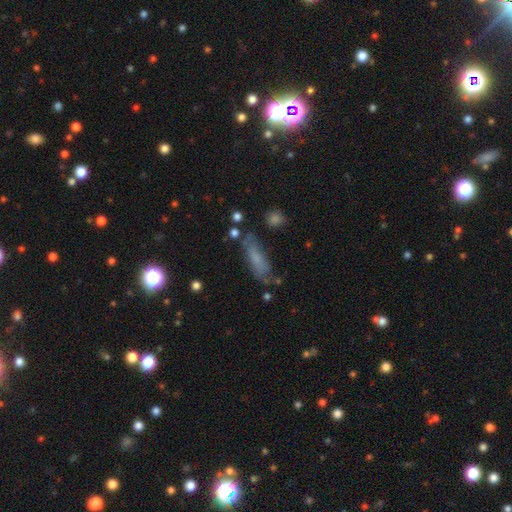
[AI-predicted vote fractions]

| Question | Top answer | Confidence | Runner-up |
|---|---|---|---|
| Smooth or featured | smooth | 59% | featured or disk (28%) |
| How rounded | cigar-shaped | 50% | in between (46%) |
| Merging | none | 63% | minor disturbance (22%) |